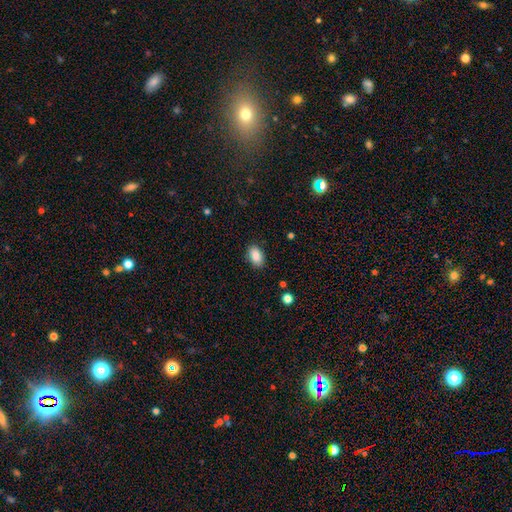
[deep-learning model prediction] Smooth or featured: smooth — 88% (star or artifact — 8%)
How rounded: in between — 91% (round — 7%)
Merging: none — 87% (minor disturbance — 9%)